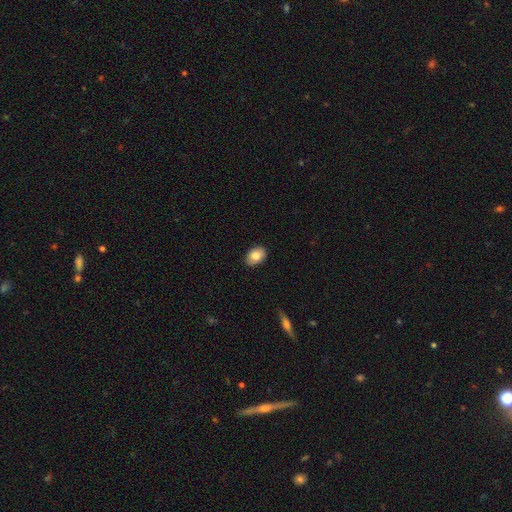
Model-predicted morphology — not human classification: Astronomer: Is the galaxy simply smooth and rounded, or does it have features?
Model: smooth — 81%.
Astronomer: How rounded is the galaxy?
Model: in between — 80%.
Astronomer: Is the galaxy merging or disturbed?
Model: none — 85%.